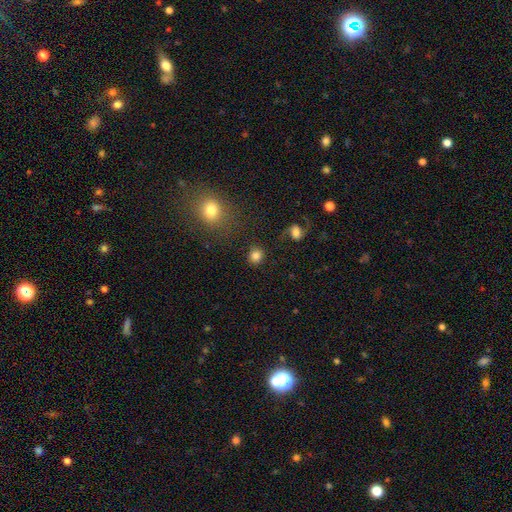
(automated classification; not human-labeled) Smooth or featured: smooth — 83% (star or artifact — 10%)
How rounded: round — 87% (in between — 12%)
Merging: none — 87% (minor disturbance — 7%)